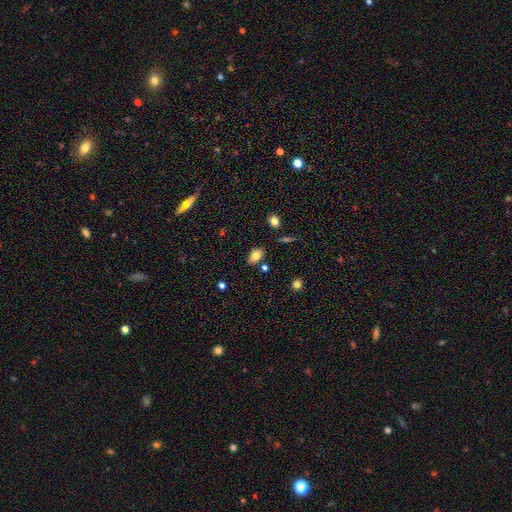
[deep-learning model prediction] Morphology: type=smooth (82%); roundness=in between (87%); merging=none (81%).